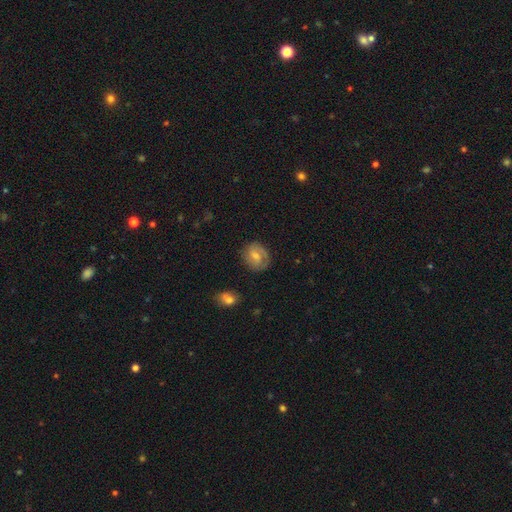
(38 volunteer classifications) A smooth galaxy with no disk features (45%, tied with featured or disk) that is round (76%).

Vote fractions:
- Smooth or featured? smooth: 45% (tied) / featured or disk: 45% (tied) / star or artifact: 11%
- How rounded? round: 76% / in between: 24% / cigar-shaped: 0%
- Merging? none: 76% / minor disturbance: 24% / major disturbance: 0% / merger: 0%